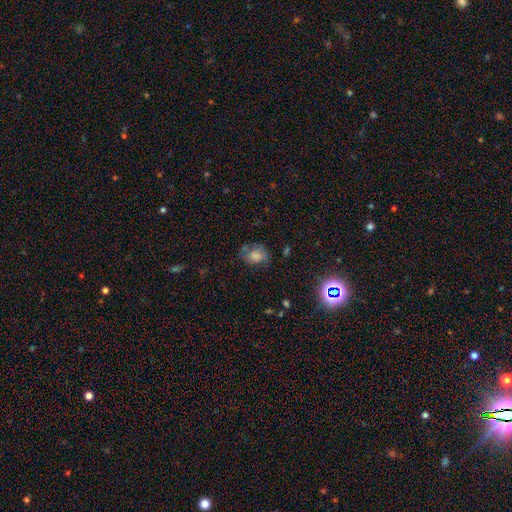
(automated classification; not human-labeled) smooth 60%, featured or disk 26%, star or artifact 14%. Down the decision tree: how rounded — in between (61%); merging — none (51%).